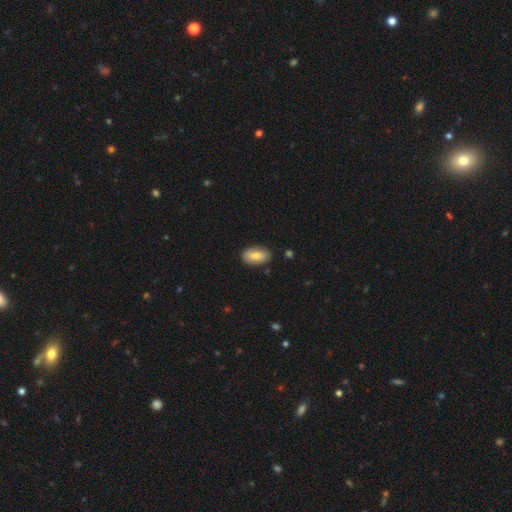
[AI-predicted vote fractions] The model was most divided on "smooth or featured": smooth: 70%, featured or disk: 23%, star or artifact: 6%. More confident: how rounded — in between (93%); merging — none (84%).